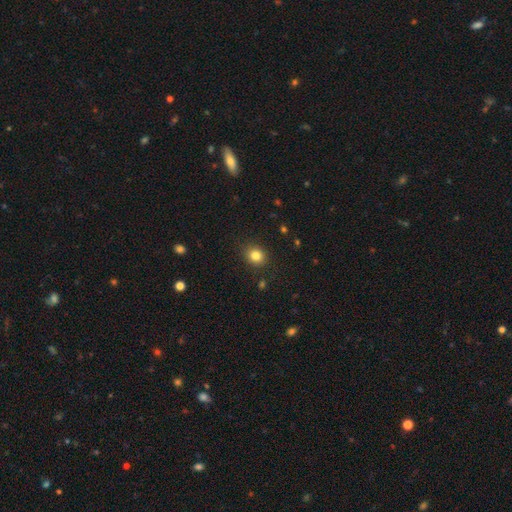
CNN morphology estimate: smooth 83%, star or artifact 12%, featured or disk 6%. Down the decision tree: how rounded — round (72%); merging — none (88%).